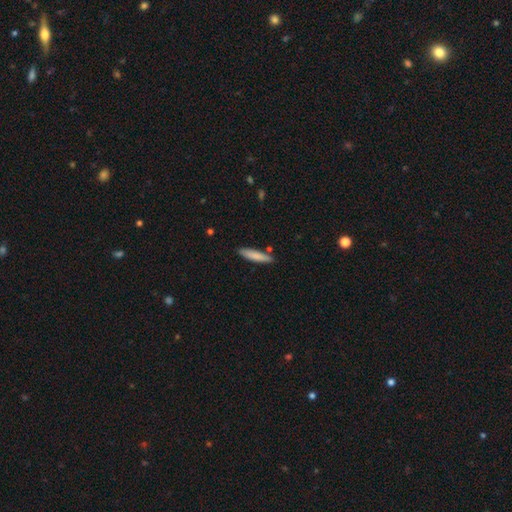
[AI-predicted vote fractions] Overall: smooth (81%). How rounded: cigar-shaped (83%). Merging: none (83%).